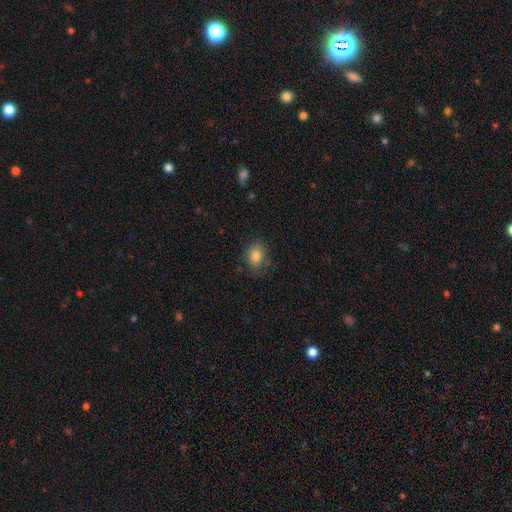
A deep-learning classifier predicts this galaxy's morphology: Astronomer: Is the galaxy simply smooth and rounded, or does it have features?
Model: smooth — 83%.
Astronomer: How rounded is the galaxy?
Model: in between — 60% (runner-up: round, 39%).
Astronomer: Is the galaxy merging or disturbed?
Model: none — 76%.